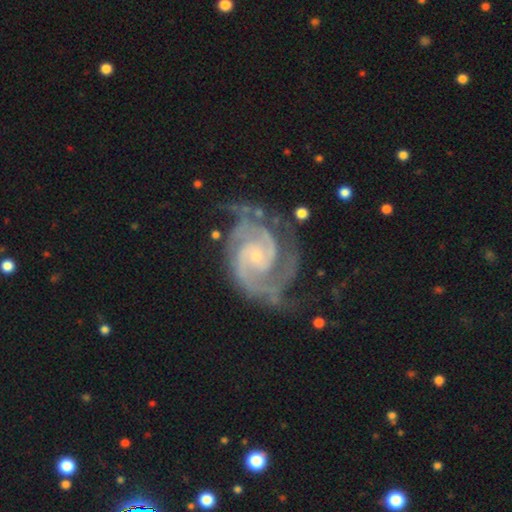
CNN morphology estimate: Q: Smooth or featured?
A: featured or disk (93%); runner-up: star or artifact (4%)
Q: Edge-on disk?
A: no (98%); runner-up: yes (2%)
Q: Bar?
A: no (61%); runner-up: weak (30%)
Q: Spiral arms?
A: yes (99%); runner-up: no (1%)
Q: Spiral winding?
A: tight (51%); runner-up: medium (43%)
Q: Spiral arm count?
A: 2 (78%); runner-up: 3 (10%)
Q: Bulge size?
A: small (77%); runner-up: moderate (17%)
Q: Merging?
A: none (64%); runner-up: minor disturbance (21%)